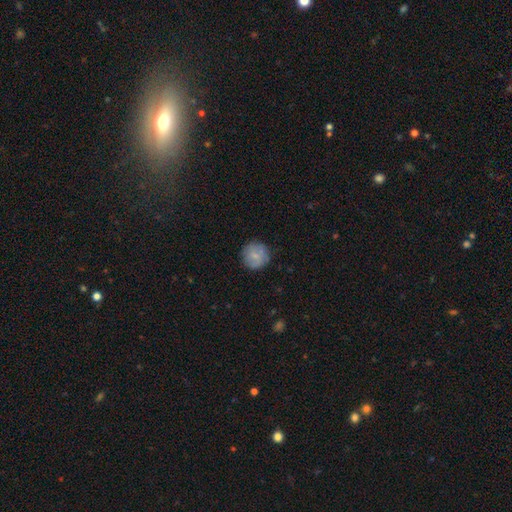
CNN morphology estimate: Smooth or featured?
  - smooth: 69% *
  - featured or disk: 24%
  - star or artifact: 7%
How rounded?
  - round: 93% *
  - in between: 6%
  - cigar-shaped: 1%
Merging?
  - none: 80% *
  - minor disturbance: 14%
  - major disturbance: 4%
  - merger: 2%